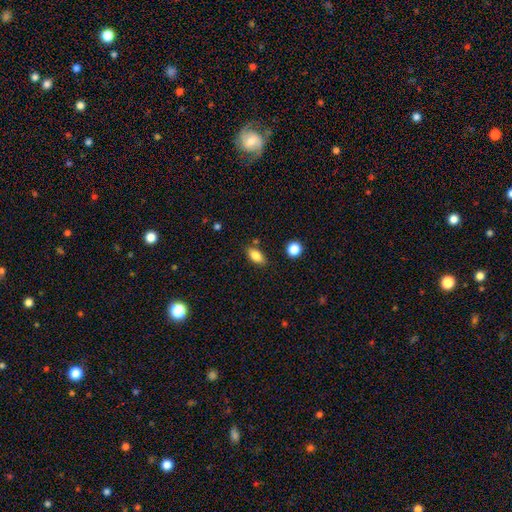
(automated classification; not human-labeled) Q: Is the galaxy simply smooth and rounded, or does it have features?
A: smooth — 82%.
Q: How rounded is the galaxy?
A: in between — 87%.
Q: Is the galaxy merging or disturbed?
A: none — 81%.